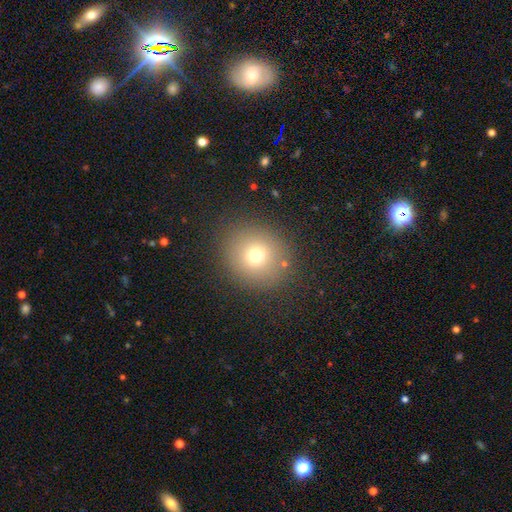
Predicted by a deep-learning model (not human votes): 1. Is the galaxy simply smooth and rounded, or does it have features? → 71% smooth, 17% star or artifact, 12% featured or disk.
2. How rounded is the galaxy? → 87% round, 12% in between, 1% cigar-shaped.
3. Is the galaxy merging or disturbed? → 87% none, 8% minor disturbance, 4% major disturbance, 2% merger.